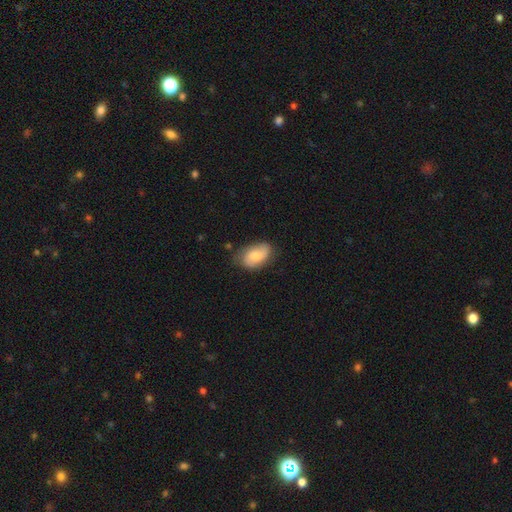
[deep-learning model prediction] smooth-or-featured: smooth: 61% | featured or disk: 32% | star or artifact: 7%
  how-rounded: in between: 90% | round: 8% | cigar-shaped: 2%
  merging: none: 69% | minor disturbance: 23% | major disturbance: 6% | merger: 2%